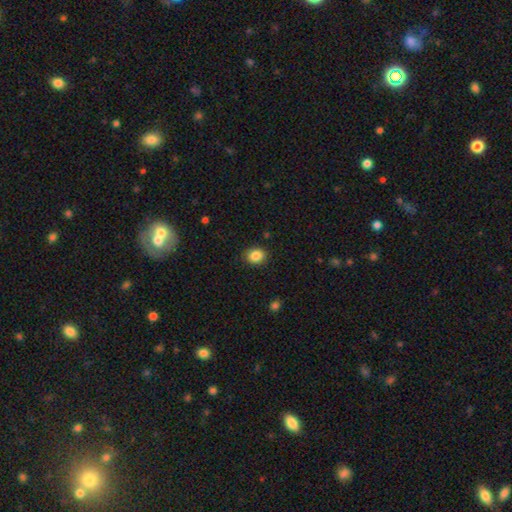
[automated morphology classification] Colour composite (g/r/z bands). It shows a smooth galaxy with no disk features (86%) that is round (62%). Merging: none (88%).